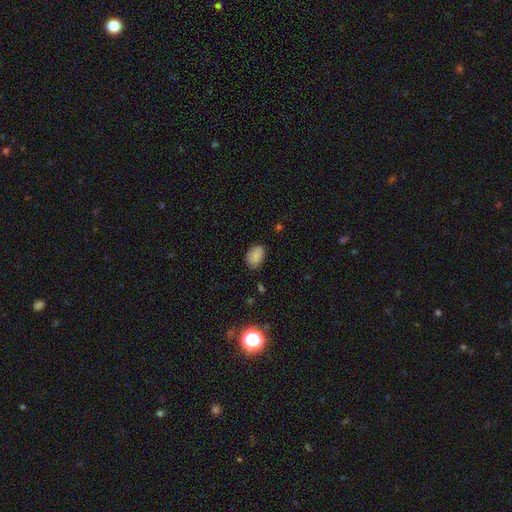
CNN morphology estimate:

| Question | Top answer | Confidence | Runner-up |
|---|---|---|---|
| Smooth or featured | smooth | 85% | star or artifact (9%) |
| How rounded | in between | 83% | round (16%) |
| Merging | none | 78% | minor disturbance (17%) |